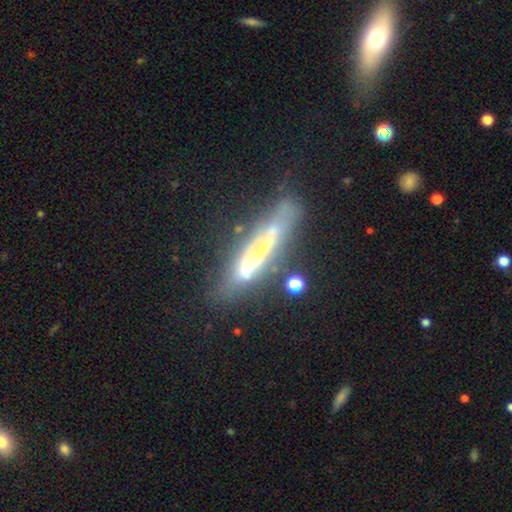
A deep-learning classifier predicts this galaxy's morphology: A featured or disk galaxy (62%) viewed edge-on (73%).

Vote fractions:
- Smooth or featured? featured or disk: 62% / smooth: 28% / star or artifact: 10%
- Edge-on disk? yes: 73% / no: 27%
- Merging? none: 54% / minor disturbance: 24% / major disturbance: 14% / merger: 8%